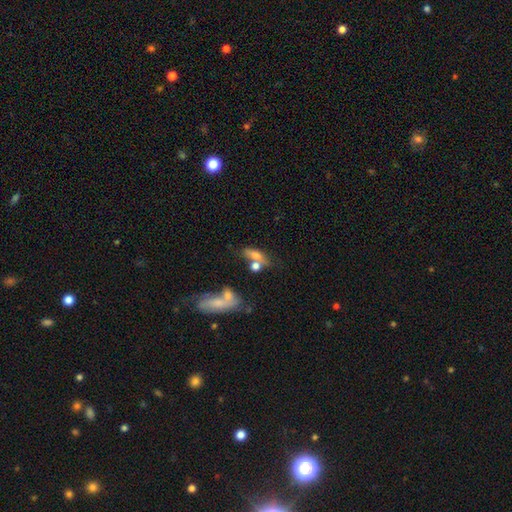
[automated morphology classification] smooth-or-featured: smooth: 65% | featured or disk: 24% | star or artifact: 11%
  how-rounded: in between: 67% | cigar-shaped: 21% | round: 12%
  merging: merger: 39% | none: 38% | minor disturbance: 15% | major disturbance: 9%